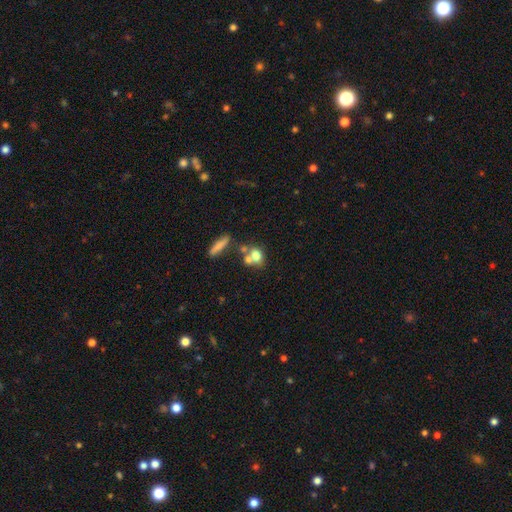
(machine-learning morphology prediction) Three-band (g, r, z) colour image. It shows a smooth galaxy with no disk features (69%) that is round (49%). Merging: merger (45%).